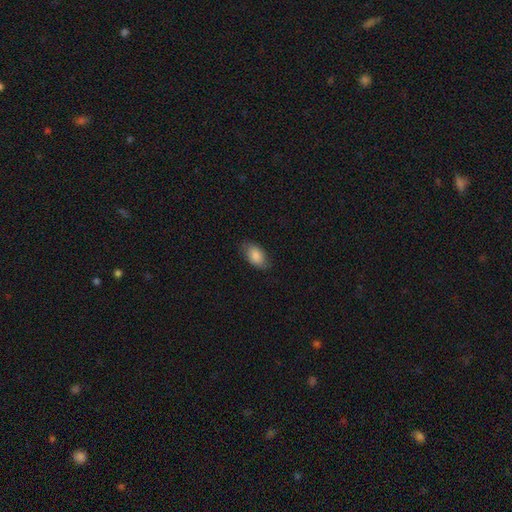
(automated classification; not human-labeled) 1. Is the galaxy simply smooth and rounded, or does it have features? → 85% smooth, 8% featured or disk, 7% star or artifact.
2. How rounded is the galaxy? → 92% in between, 6% round, 2% cigar-shaped.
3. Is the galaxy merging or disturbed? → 78% none, 17% minor disturbance, 4% major disturbance, 1% merger.